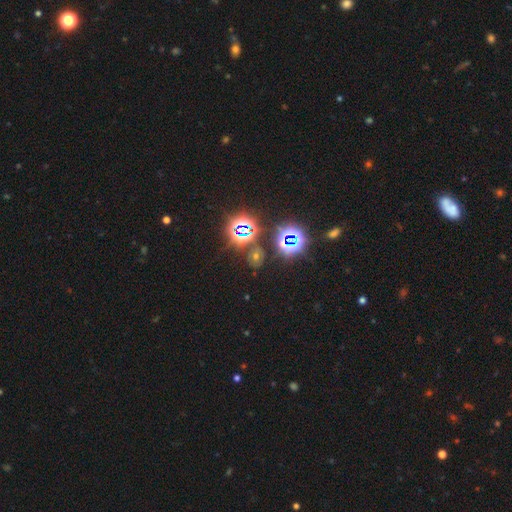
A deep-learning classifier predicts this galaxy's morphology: Smooth or featured? Predicted: star or artifact (p=0.59).